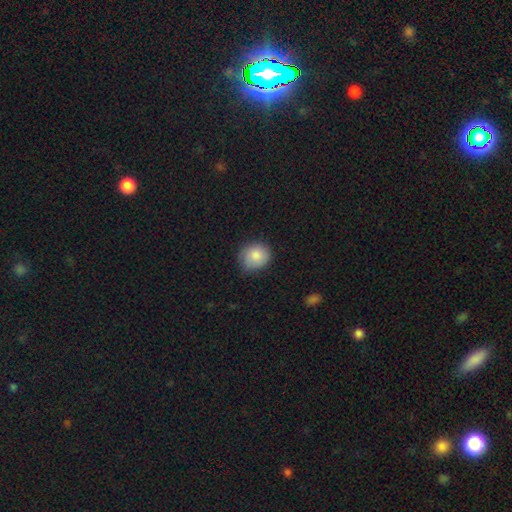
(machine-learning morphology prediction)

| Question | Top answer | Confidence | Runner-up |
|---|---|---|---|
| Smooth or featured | smooth | 85% | featured or disk (8%) |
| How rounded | round | 79% | in between (20%) |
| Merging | none | 75% | minor disturbance (21%) |